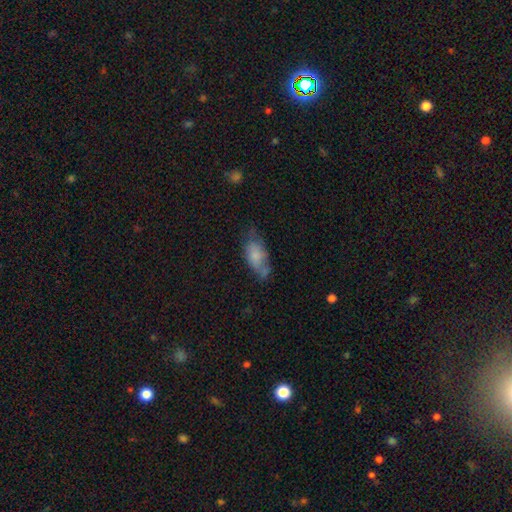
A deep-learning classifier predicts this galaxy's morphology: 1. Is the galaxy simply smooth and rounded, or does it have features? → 70% smooth, 22% featured or disk, 8% star or artifact.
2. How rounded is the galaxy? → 87% in between, 9% cigar-shaped, 4% round.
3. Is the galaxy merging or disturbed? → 41% none, 32% minor disturbance, 14% major disturbance, 13% merger.